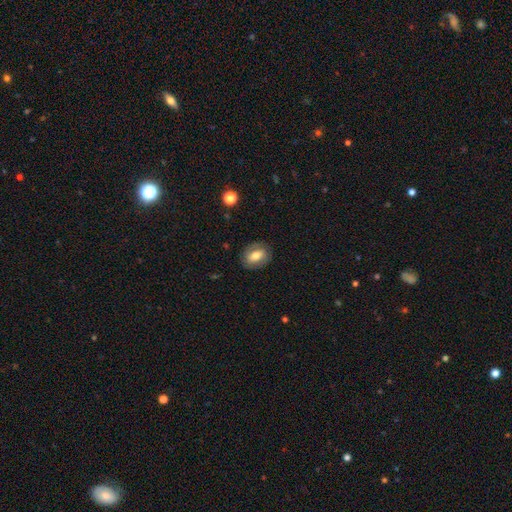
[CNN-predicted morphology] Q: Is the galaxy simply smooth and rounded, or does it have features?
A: smooth — 60%.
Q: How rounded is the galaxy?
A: in between — 66%.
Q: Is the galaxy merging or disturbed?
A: none — 81%.